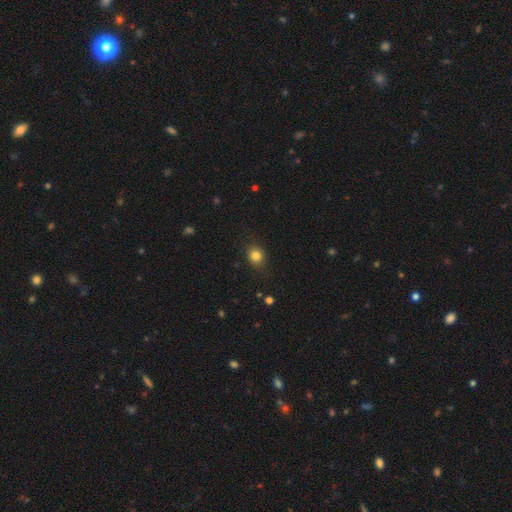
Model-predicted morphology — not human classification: Q: Smooth or featured?
A: smooth (83%); runner-up: star or artifact (12%)
Q: How rounded?
A: round (71%); runner-up: in between (28%)
Q: Merging?
A: none (84%); runner-up: minor disturbance (12%)